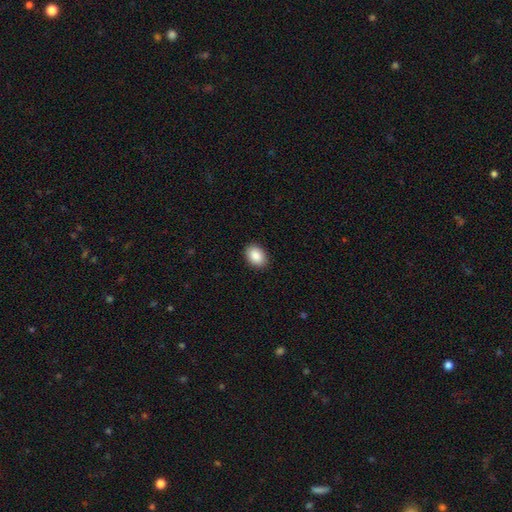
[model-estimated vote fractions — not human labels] Q: Smooth or featured?
A: smooth (89%); runner-up: star or artifact (7%)
Q: How rounded?
A: in between (79%); runner-up: round (20%)
Q: Merging?
A: none (90%); runner-up: minor disturbance (7%)